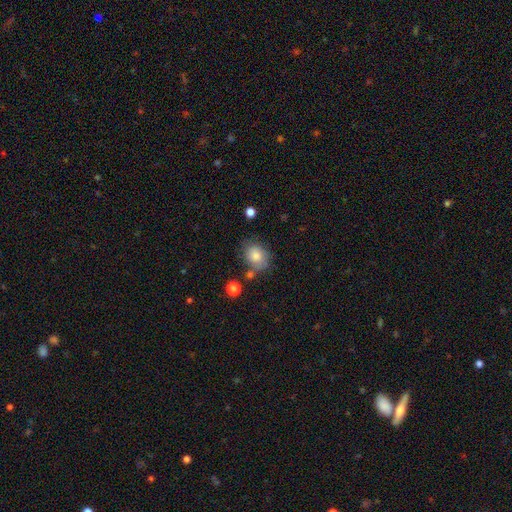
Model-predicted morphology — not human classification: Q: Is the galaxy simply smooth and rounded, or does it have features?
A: smooth — 79%.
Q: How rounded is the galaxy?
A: round — 52%.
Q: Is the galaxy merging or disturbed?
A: none — 65%.